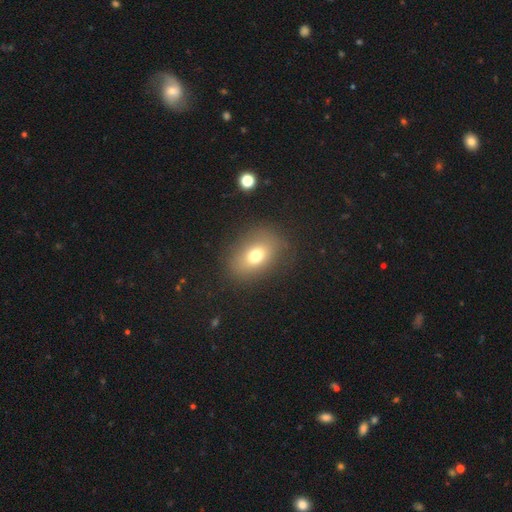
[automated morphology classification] This is likely a smooth galaxy (72%). How rounded: likely in between (73%). Merging: clearly none (81%).